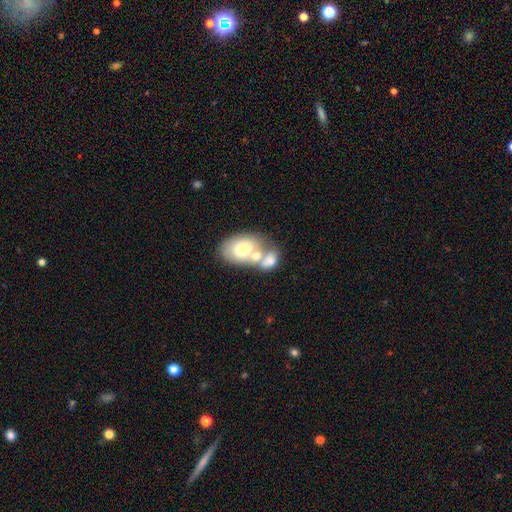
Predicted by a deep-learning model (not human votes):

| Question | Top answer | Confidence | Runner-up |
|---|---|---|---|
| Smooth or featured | smooth | 62% | featured or disk (31%) |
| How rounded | in between | 86% | round (13%) |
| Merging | merger | 59% | none (22%) |